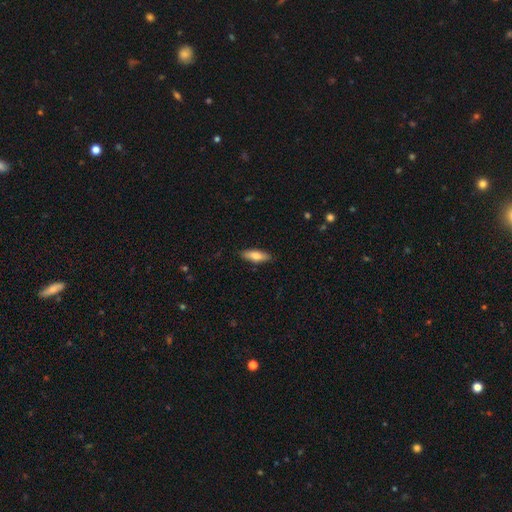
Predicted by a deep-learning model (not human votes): This appears to be a smooth galaxy with no disk features (74%) that is in between round and cigar-shaped (53%). Merging: none (87%).